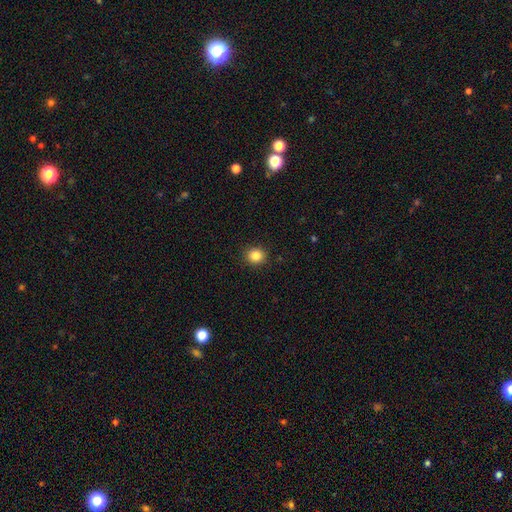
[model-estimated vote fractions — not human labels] Overall: smooth (85%). How rounded: round (86%). Merging: none (91%).